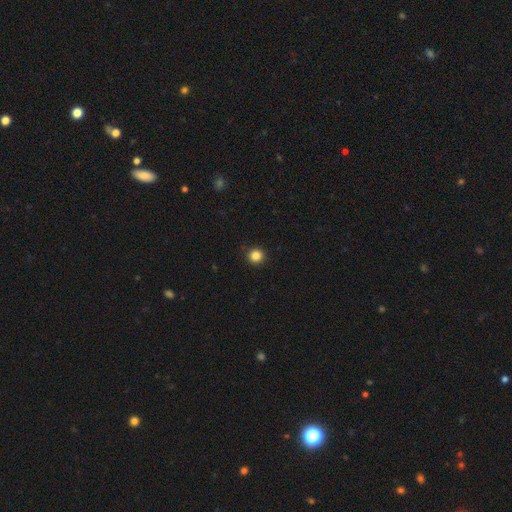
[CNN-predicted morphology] Smooth or featured? smooth (85%)
How rounded? round (95%)
Merging? none (92%)